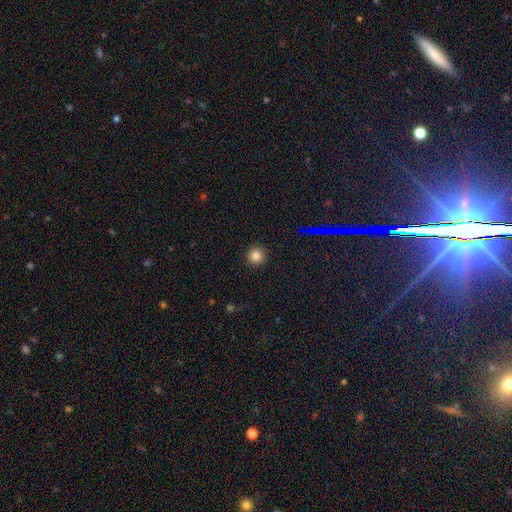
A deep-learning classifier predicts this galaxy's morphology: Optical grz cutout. It shows a smooth galaxy with no disk features (83%) that is round (95%). Merging: none (92%).